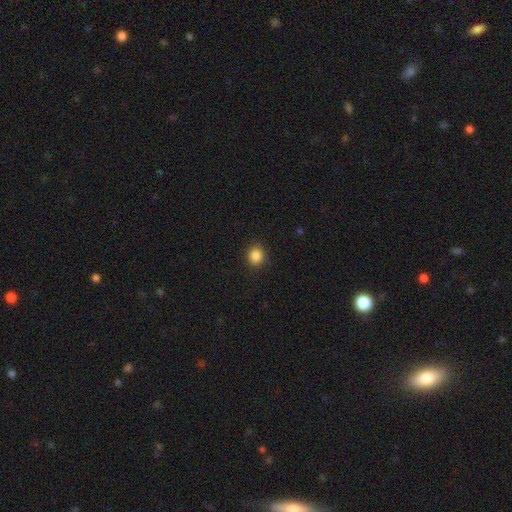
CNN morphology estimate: Smooth or featured? Predicted: smooth (p=0.86). How rounded? Predicted: round (p=0.82). Merging? Predicted: none (p=0.90).